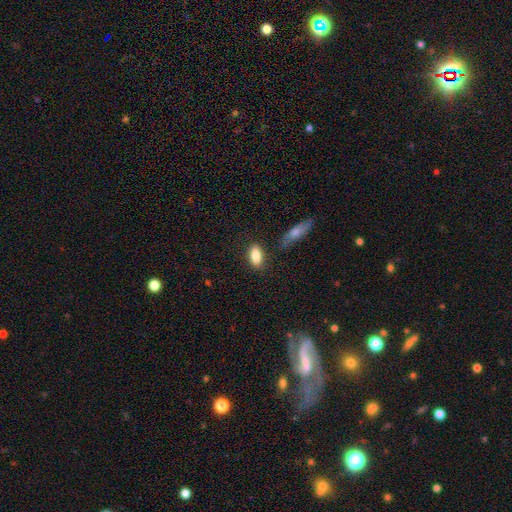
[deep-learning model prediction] smooth-or-featured: smooth: 84% | featured or disk: 9% | star or artifact: 7%
  how-rounded: in between: 86% | cigar-shaped: 10% | round: 4%
  merging: none: 82% | minor disturbance: 11% | merger: 4% | major disturbance: 3%